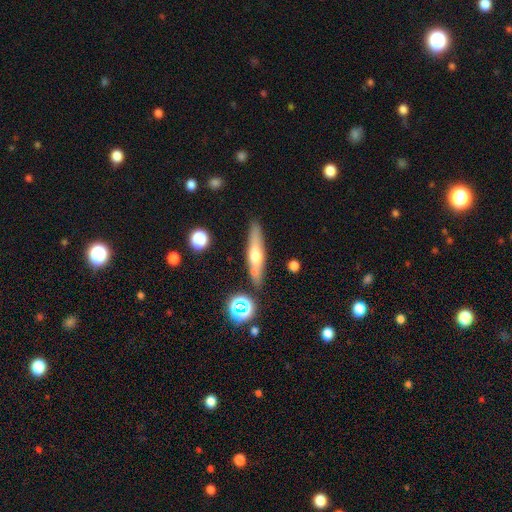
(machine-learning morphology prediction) smooth_or_featured: featured or disk (p=0.47) [alt: smooth p=0.45]
merging: none (p=0.80) [alt: minor disturbance p=0.10]